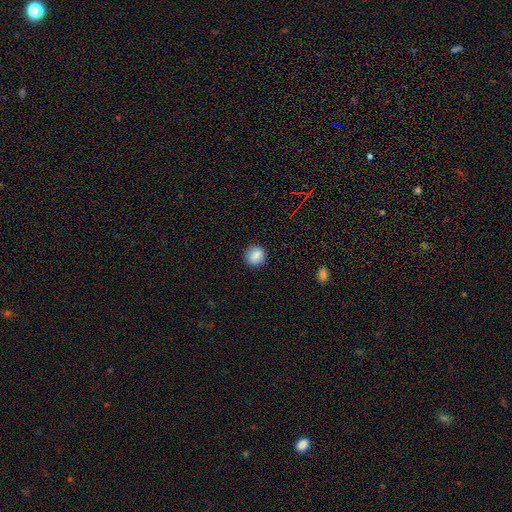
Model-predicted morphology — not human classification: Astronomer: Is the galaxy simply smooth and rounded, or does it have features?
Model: smooth — 87%.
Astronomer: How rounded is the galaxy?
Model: round — 87%.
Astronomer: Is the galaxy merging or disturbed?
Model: none — 90%.